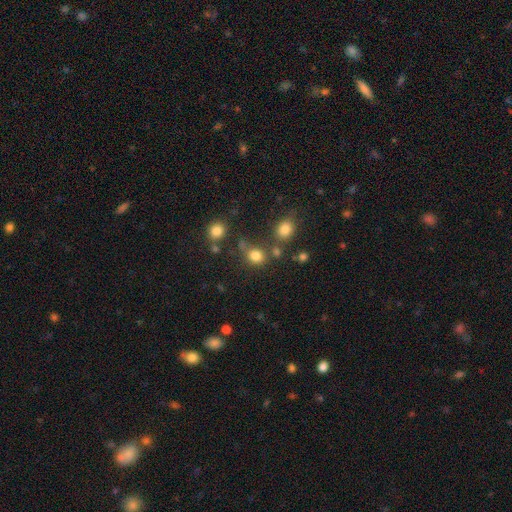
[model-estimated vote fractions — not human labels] smooth_or_featured: smooth (p=0.79) [alt: star or artifact p=0.15]
how_rounded: round (p=0.70) [alt: in between p=0.29]
merging: none (p=0.65) [alt: merger p=0.16]